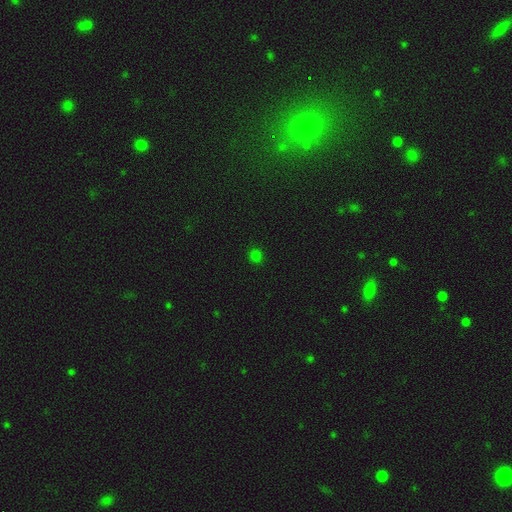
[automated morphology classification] This appears to be a smooth galaxy with no disk features (76%) that is round (87%). Merging: none (91%).